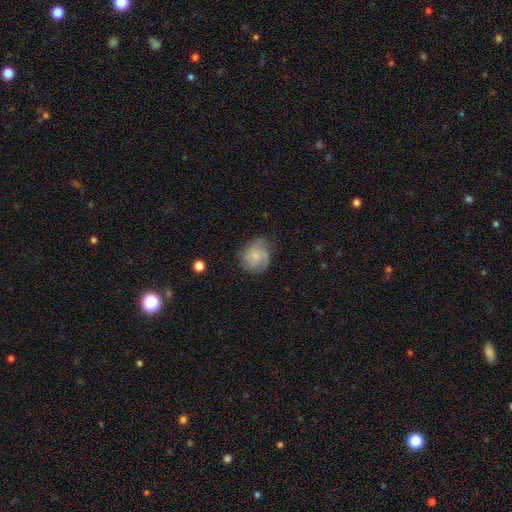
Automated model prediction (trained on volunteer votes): smooth-or-featured: featured or disk: 68% | smooth: 25% | star or artifact: 7%
  disk-edge-on: no: 98% | yes: 2%
    bar: no: 72% | weak: 25% | strong: 3%
    has-spiral-arms: yes: 94% | no: 6%
      spiral-winding: tight: 52% | medium: 37% | loose: 11%
      spiral-arm-count: 3: 34% | 2: 28% | can't tell: 22% | 1: 6% | 4: 6% | more than 4: 4%
    bulge-size: small: 61% | moderate: 22% | none: 14% | large: 2% | dominant: 1%
  merging: none: 67% | minor disturbance: 22% | major disturbance: 10% | merger: 1%